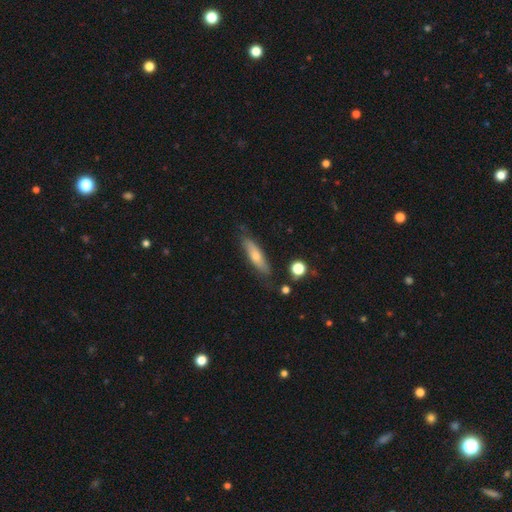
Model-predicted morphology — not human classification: Q: Smooth or featured?
A: smooth (61%); runner-up: featured or disk (32%)
Q: How rounded?
A: cigar-shaped (74%); runner-up: in between (24%)
Q: Merging?
A: none (78%); runner-up: minor disturbance (16%)